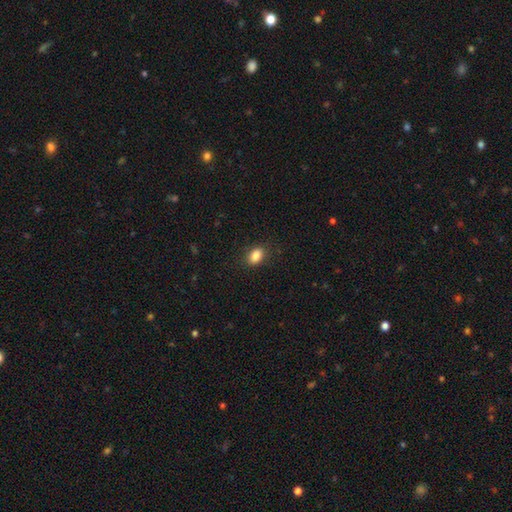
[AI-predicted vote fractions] A smooth galaxy with no disk features (87%) that is in between round and cigar-shaped (81%).

Vote fractions:
- Smooth or featured? smooth: 87% / star or artifact: 9% / featured or disk: 4%
- How rounded? in between: 81% / round: 17% / cigar-shaped: 2%
- Merging? none: 85% / minor disturbance: 11% / major disturbance: 3% / merger: 1%